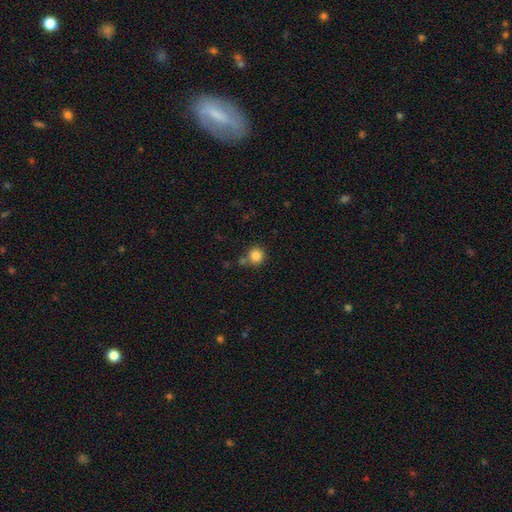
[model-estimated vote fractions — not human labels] A smooth galaxy with no disk features (83%) that is round (93%).

Vote fractions:
- Smooth or featured? smooth: 83% / star or artifact: 11% / featured or disk: 6%
- How rounded? round: 93% / in between: 6% / cigar-shaped: 1%
- Merging? none: 74% / merger: 12% / minor disturbance: 11% / major disturbance: 3%